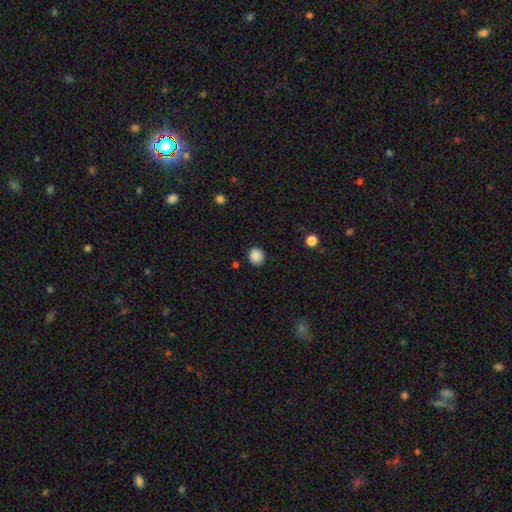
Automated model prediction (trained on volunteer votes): The model was most divided on "how rounded": round: 88%, in between: 11%, cigar-shaped: 1%. More confident: merging — none (89%); smooth or featured — smooth (88%).